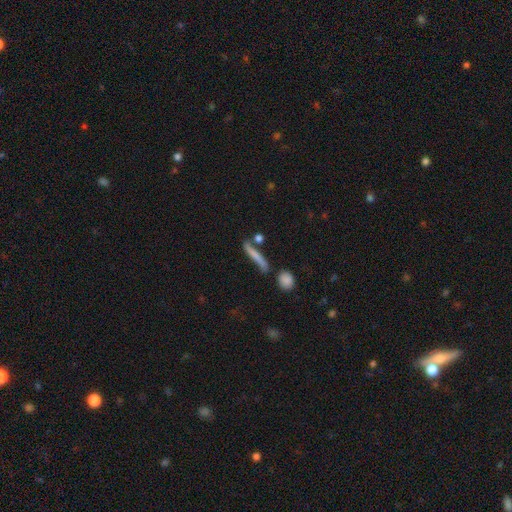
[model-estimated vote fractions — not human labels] smooth_or_featured: smooth (p=0.61) [alt: featured or disk p=0.30]
how_rounded: cigar-shaped (p=0.88) [alt: in between p=0.09]
merging: none (p=0.62) [alt: minor disturbance p=0.18]